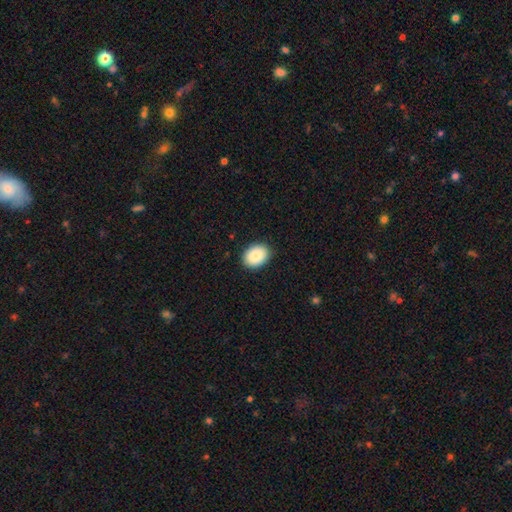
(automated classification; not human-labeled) The model was most divided on "how rounded": in between: 68%, round: 31%, cigar-shaped: 1%. More confident: merging — none (90%); smooth or featured — smooth (88%).